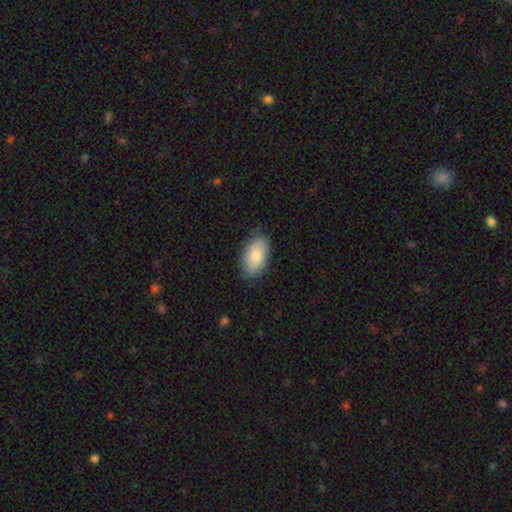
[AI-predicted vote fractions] Smooth or featured: smooth — 84% (featured or disk — 10%)
How rounded: in between — 94% (round — 4%)
Merging: none — 82% (minor disturbance — 14%)